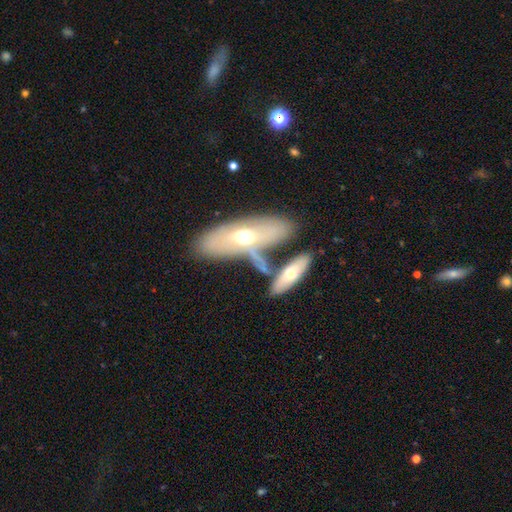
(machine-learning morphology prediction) smooth_or_featured: featured or disk (p=0.49) [alt: smooth p=0.44]
merging: none (p=0.51) [alt: merger p=0.30]